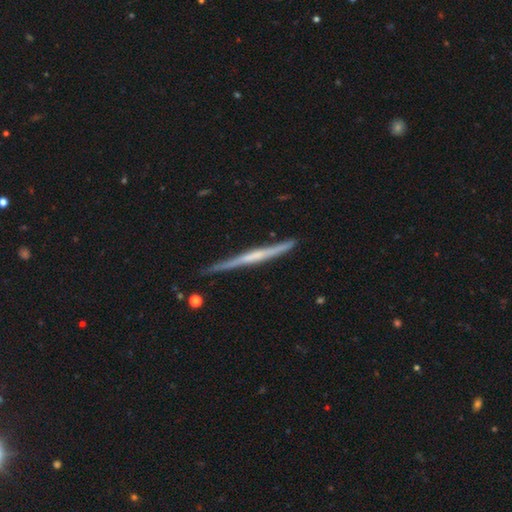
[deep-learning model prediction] The model was most divided on "edge-on bulge": none: 63%, rounded: 25%, boxy: 12%. More confident: edge-on disk — yes (97%); merging — none (82%); smooth or featured — featured or disk (69%).